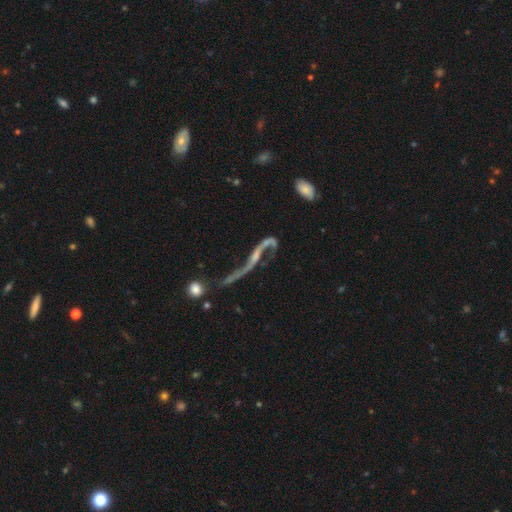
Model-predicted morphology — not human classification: Q: Smooth or featured?
A: featured or disk (80%); runner-up: star or artifact (11%)
Q: Edge-on disk?
A: no (78%); runner-up: yes (22%)
Q: Bar?
A: no (47%); runner-up: weak (29%)
Q: Spiral arms?
A: yes (78%); runner-up: no (22%)
Q: Bulge size?
A: small (48%); runner-up: none (32%)
Q: Merging?
A: major disturbance (37%); runner-up: none (29%)